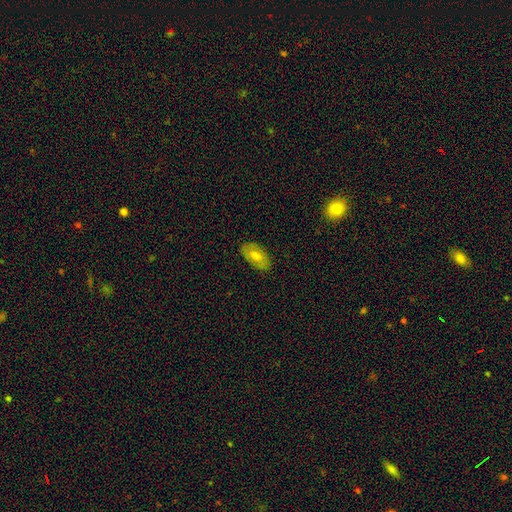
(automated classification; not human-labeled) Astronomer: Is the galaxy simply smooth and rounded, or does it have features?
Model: smooth — 64%.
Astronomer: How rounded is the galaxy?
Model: in between — 92%.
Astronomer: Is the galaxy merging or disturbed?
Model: none — 85%.